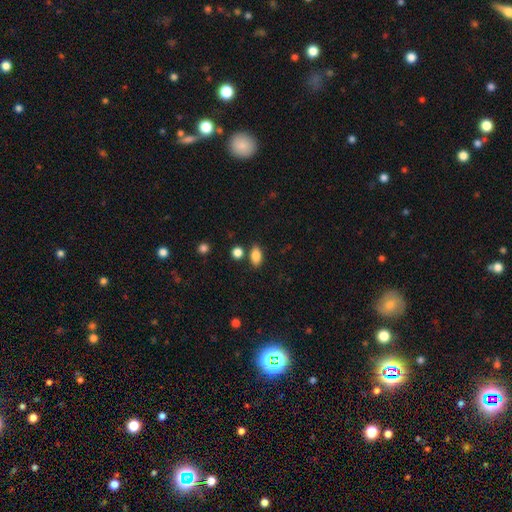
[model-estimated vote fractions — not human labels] This is clearly a smooth galaxy (85%). How rounded: clearly in between (88%). Merging: likely none (79%).